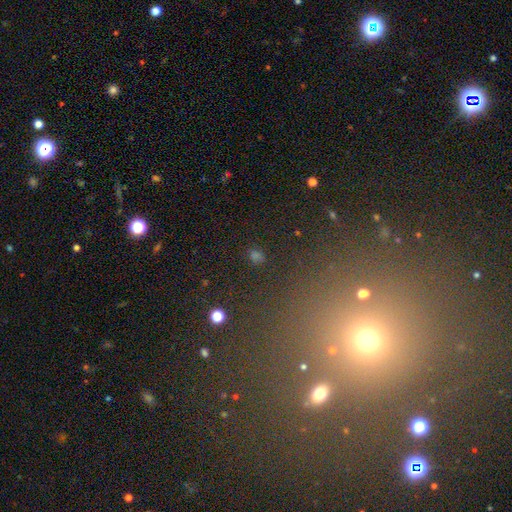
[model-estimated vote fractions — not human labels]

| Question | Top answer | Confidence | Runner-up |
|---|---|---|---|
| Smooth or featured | smooth | 59% | star or artifact (33%) |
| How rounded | round | 63% | in between (34%) |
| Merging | none | 84% | minor disturbance (8%) |